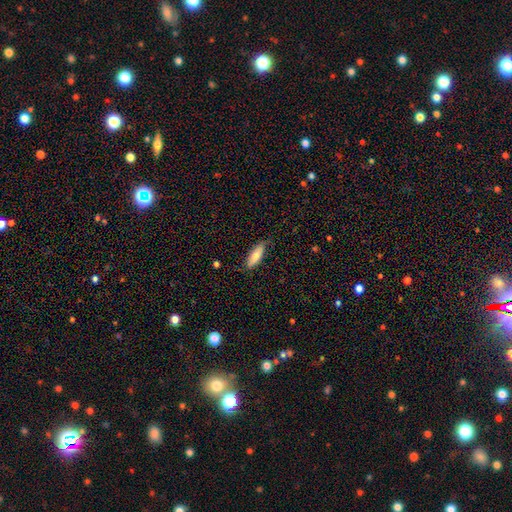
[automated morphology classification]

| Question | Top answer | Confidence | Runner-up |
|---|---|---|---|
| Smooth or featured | smooth | 78% | featured or disk (16%) |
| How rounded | in between | 58% | cigar-shaped (40%) |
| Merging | none | 76% | minor disturbance (20%) |